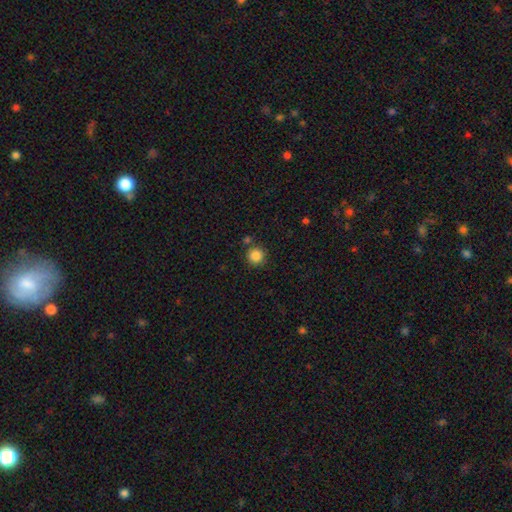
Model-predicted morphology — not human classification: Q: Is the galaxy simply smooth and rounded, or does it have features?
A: smooth — 85%.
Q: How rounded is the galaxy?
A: round — 95%.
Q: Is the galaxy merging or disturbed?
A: none — 83%.